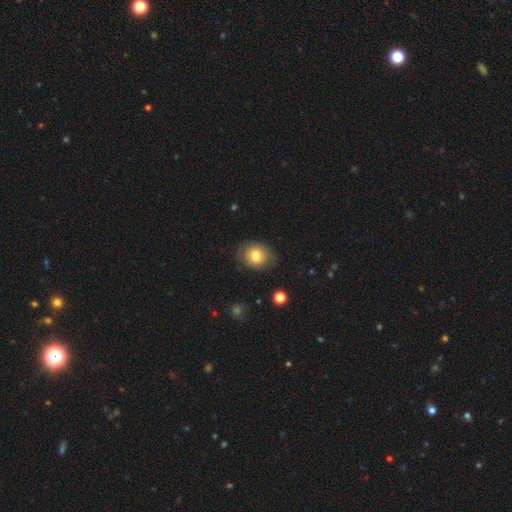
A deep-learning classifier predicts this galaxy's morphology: Smooth or featured? smooth (73%)
How rounded? round (59%)
Merging? none (75%)